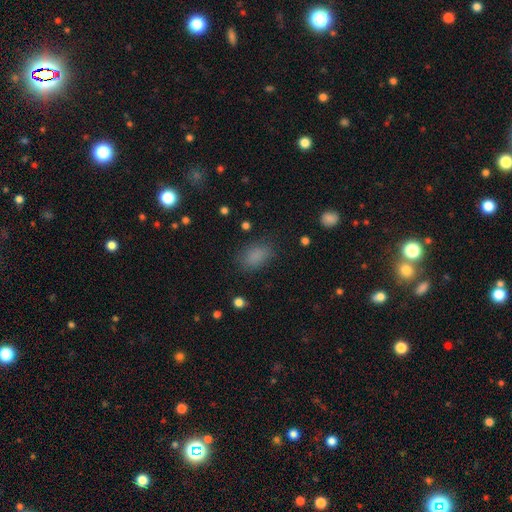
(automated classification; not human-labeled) Q: Smooth or featured?
A: smooth (83%); runner-up: star or artifact (12%)
Q: How rounded?
A: in between (84%); runner-up: round (14%)
Q: Merging?
A: none (78%); runner-up: minor disturbance (15%)